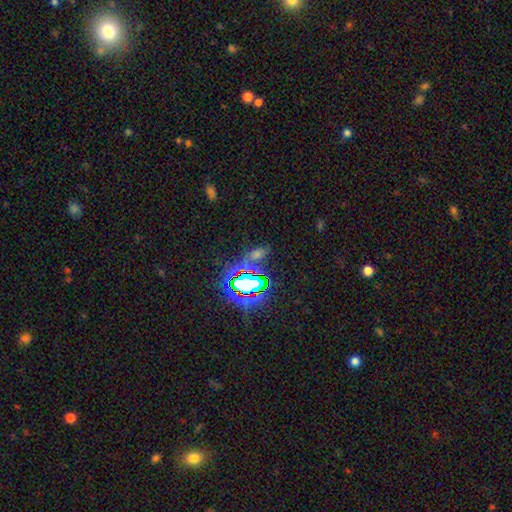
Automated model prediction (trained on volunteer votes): Smooth or featured?
  - star or artifact: 65% *
  - smooth: 24%
  - featured or disk: 11%